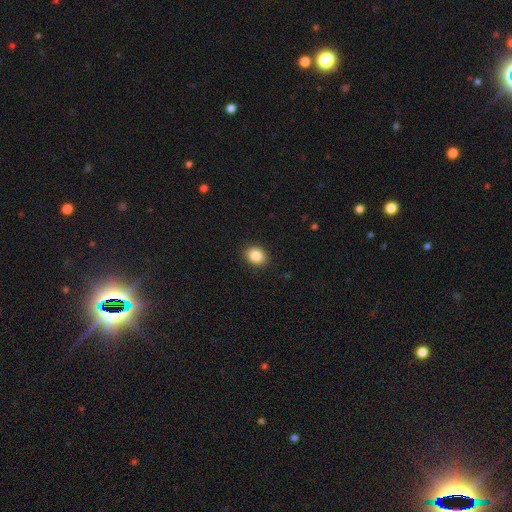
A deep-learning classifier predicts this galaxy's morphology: Smooth or featured?
  - smooth: 87% *
  - star or artifact: 9%
  - featured or disk: 5%
How rounded?
  - round: 52% *
  - in between: 47%
  - cigar-shaped: 1%
Merging?
  - none: 90% *
  - minor disturbance: 7%
  - major disturbance: 2%
  - merger: 1%